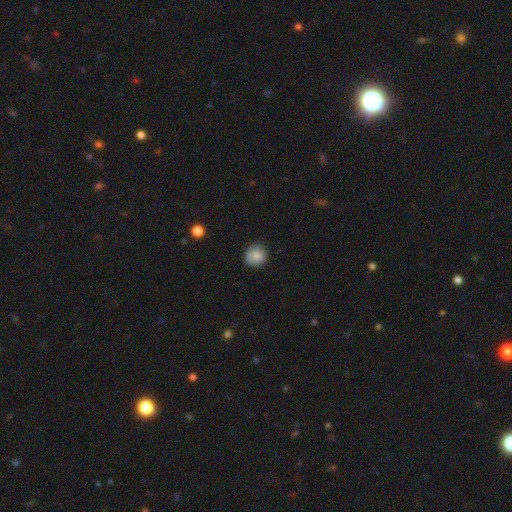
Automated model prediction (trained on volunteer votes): The model was most divided on "merging": none: 84%, minor disturbance: 12%, major disturbance: 2%, merger: 1%. More confident: how rounded — round (88%); smooth or featured — smooth (86%).